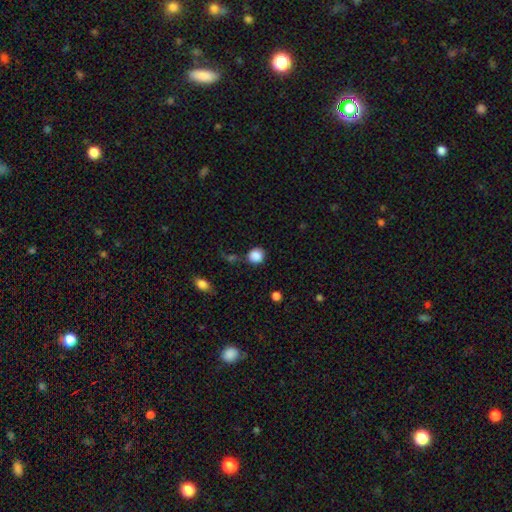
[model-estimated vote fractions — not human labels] Q: Smooth or featured?
A: smooth (87%); runner-up: star or artifact (9%)
Q: How rounded?
A: round (88%); runner-up: in between (11%)
Q: Merging?
A: none (77%); runner-up: minor disturbance (14%)